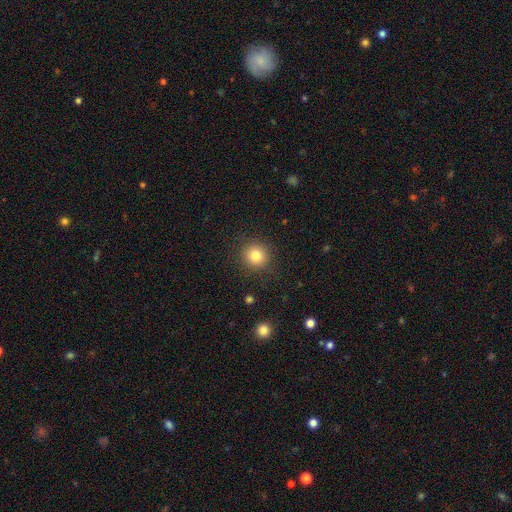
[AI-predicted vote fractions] A smooth galaxy with no disk features (82%) that is round (93%). Merging: none (89%).